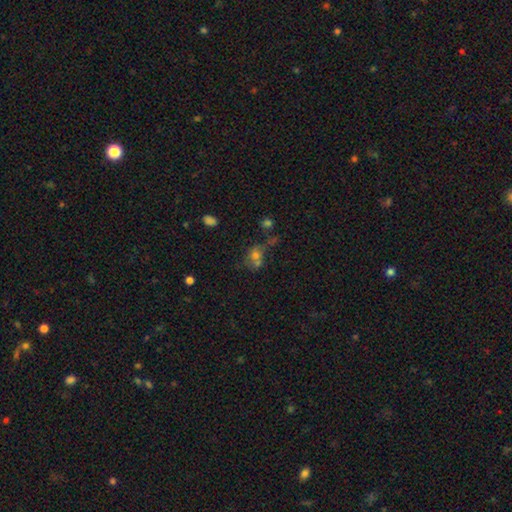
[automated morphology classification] The model was most divided on "merging": merger: 40%, none: 38%, minor disturbance: 13%, major disturbance: 9%. More confident: how rounded — round (62%); smooth or featured — smooth (61%).